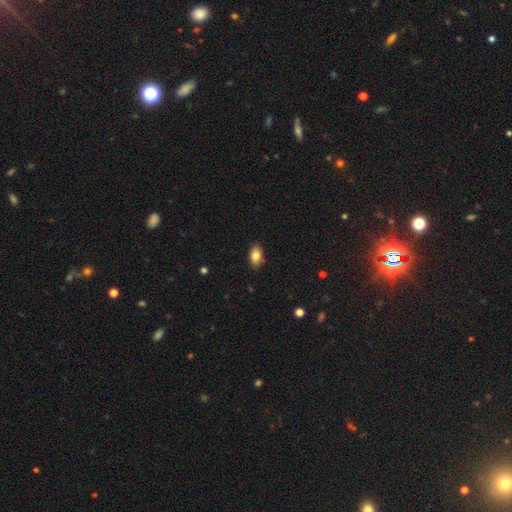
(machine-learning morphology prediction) This appears to be a smooth galaxy with no disk features (83%) that is in between round and cigar-shaped (90%). Merging: none (86%).